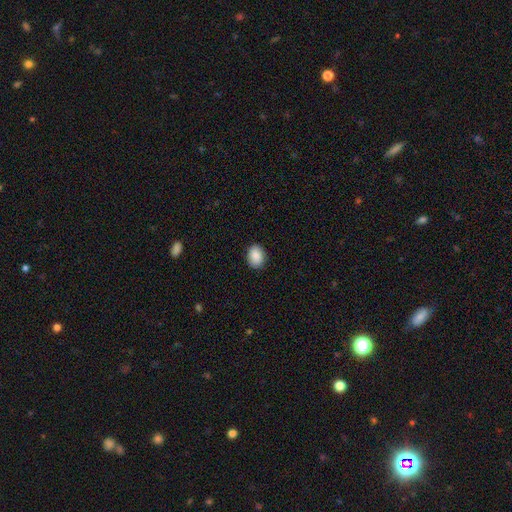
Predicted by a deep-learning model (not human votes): Smooth or featured?
  - smooth: 89% *
  - star or artifact: 7%
  - featured or disk: 4%
How rounded?
  - in between: 71% *
  - round: 28%
  - cigar-shaped: 1%
Merging?
  - none: 88% *
  - minor disturbance: 9%
  - major disturbance: 2%
  - merger: 1%